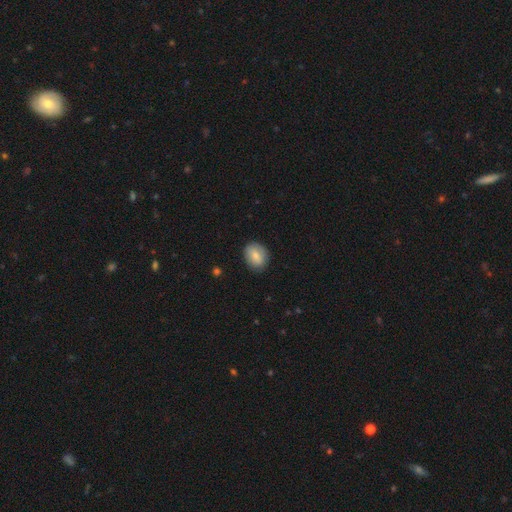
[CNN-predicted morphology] Overall: smooth (76%). How rounded: in between (63%; round 36%). Merging: none (85%).